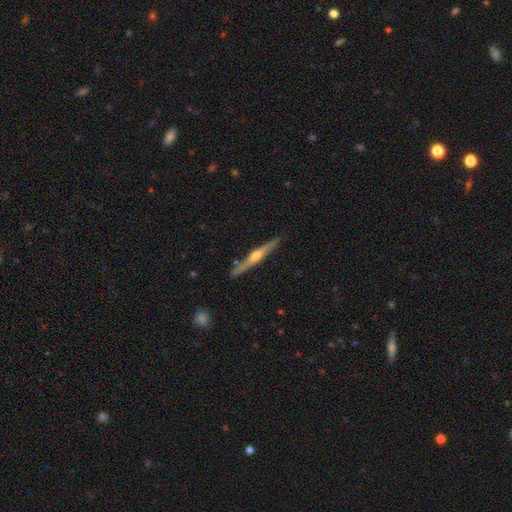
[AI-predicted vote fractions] A featured or disk galaxy (78%) viewed edge-on (98%) with a rounded central bulge (88%).

Vote fractions:
- Smooth or featured? featured or disk: 78% / smooth: 17% / star or artifact: 5%
- Edge-on disk? yes: 98% / no: 2%
- Edge-on bulge? rounded: 88% / none: 6% / boxy: 6%
- Merging? none: 89% / minor disturbance: 8% / merger: 2% / major disturbance: 1%